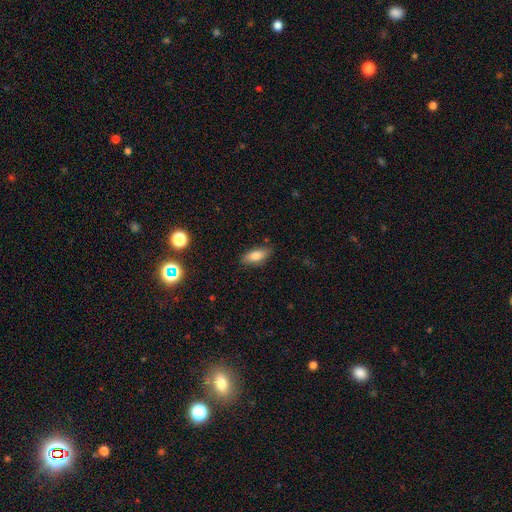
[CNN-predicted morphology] Q: Smooth or featured?
A: smooth (79%); runner-up: featured or disk (13%)
Q: How rounded?
A: in between (81%); runner-up: cigar-shaped (16%)
Q: Merging?
A: none (83%); runner-up: minor disturbance (13%)